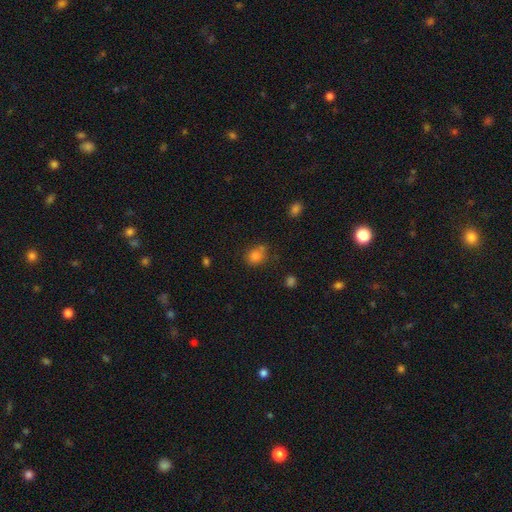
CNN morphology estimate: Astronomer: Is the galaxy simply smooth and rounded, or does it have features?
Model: smooth — 81%.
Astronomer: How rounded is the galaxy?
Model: round — 58% (runner-up: in between, 41%).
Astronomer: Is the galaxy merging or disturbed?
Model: none — 61%.